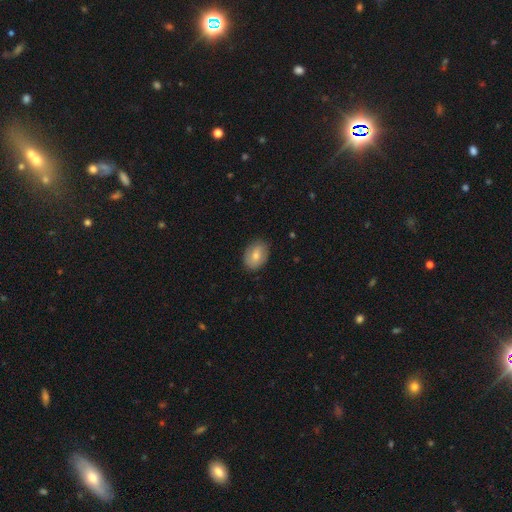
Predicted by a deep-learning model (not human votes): A smooth galaxy with no disk features (73%) that is in between round and cigar-shaped (75%). Merging: none (84%).